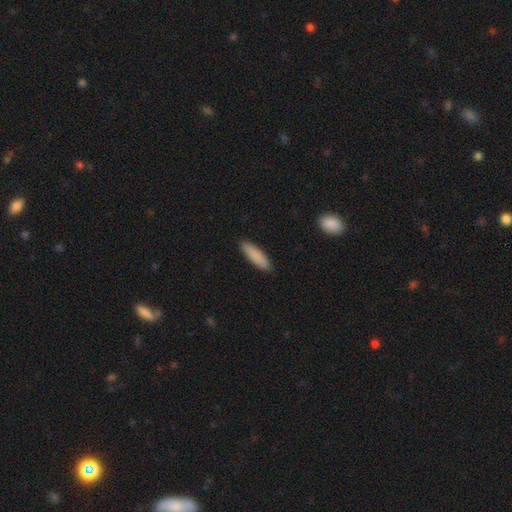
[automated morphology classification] Smooth or featured: smooth — 88% (featured or disk — 6%)
How rounded: cigar-shaped — 64% (in between — 35%)
Merging: none — 90% (minor disturbance — 8%)